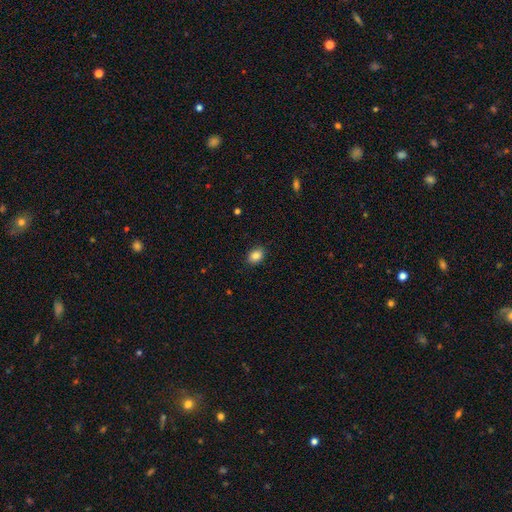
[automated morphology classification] The model was most divided on "how rounded": in between: 68%, round: 31%, cigar-shaped: 1%. More confident: merging — none (88%); smooth or featured — smooth (85%).